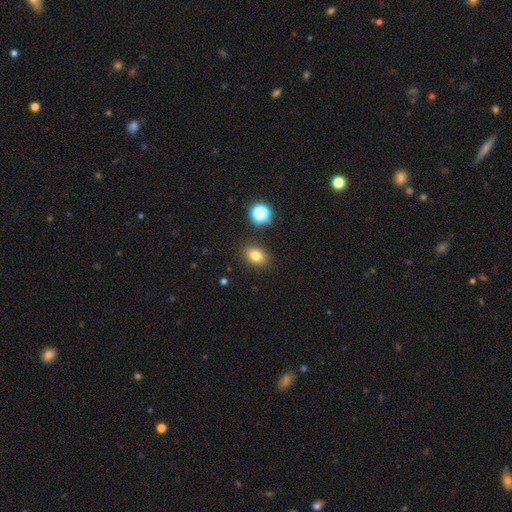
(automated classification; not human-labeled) Morphology: type=smooth (78%); roundness=in between (69%); merging=none (86%).